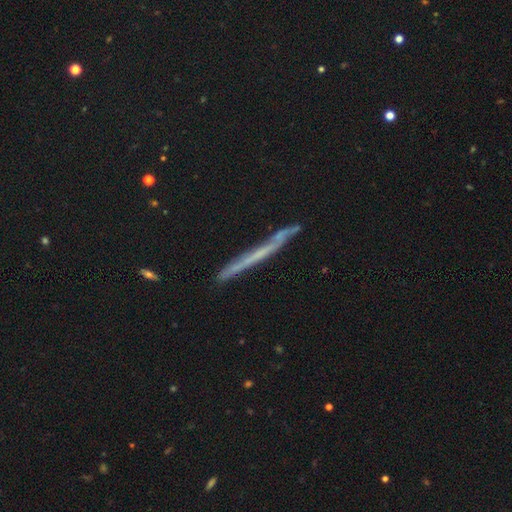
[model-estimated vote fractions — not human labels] Smooth or featured?
  - featured or disk: 58% *
  - smooth: 32%
  - star or artifact: 10%
Edge-on disk?
  - yes: 93% *
  - no: 7%
Edge-on bulge?
  - none: 88% *
  - rounded: 8%
  - boxy: 4%
Merging?
  - none: 83% *
  - minor disturbance: 13%
  - major disturbance: 2%
  - merger: 2%